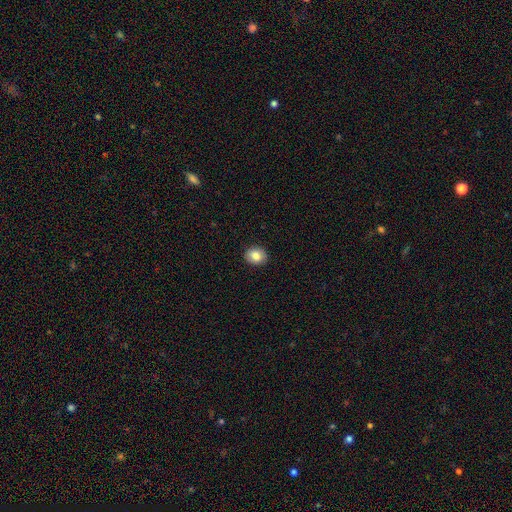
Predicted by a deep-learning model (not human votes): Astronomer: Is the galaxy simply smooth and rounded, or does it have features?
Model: smooth — 84%.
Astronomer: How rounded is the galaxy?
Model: round — 63%.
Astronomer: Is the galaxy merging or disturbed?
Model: none — 91%.